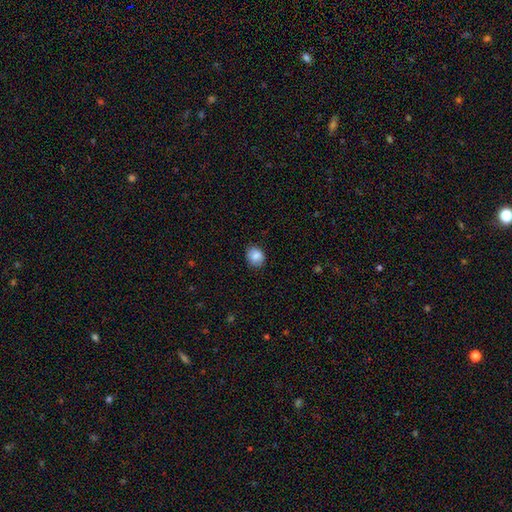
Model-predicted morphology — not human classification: Smooth or featured? smooth (85%)
How rounded? round (60%)
Merging? none (83%)